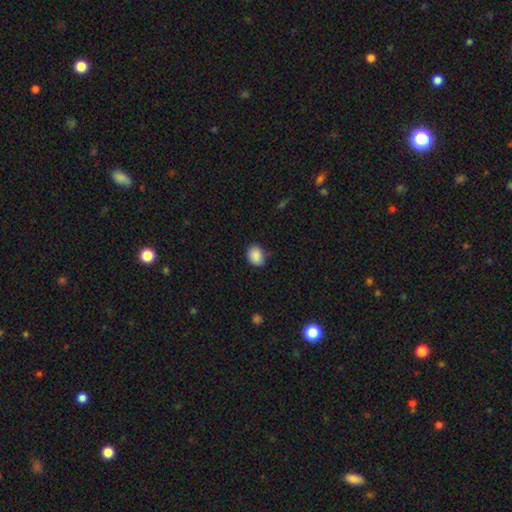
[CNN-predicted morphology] This is clearly a smooth galaxy (88%). How rounded: possibly round (50%). Merging: likely none (77%).